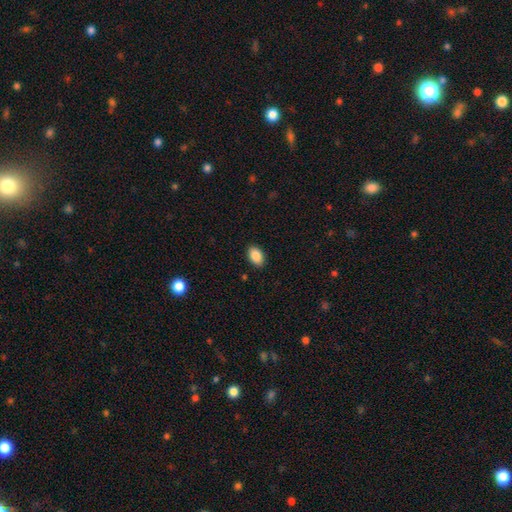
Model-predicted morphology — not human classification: The model was most divided on "smooth or featured": smooth: 88%, star or artifact: 7%, featured or disk: 4%. More confident: how rounded — in between (90%); merging — none (89%).